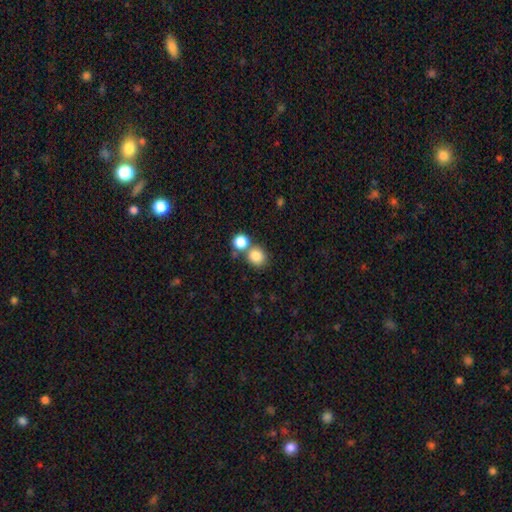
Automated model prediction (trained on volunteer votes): Smooth or featured? smooth (83%)
How rounded? round (83%)
Merging? none (59%)